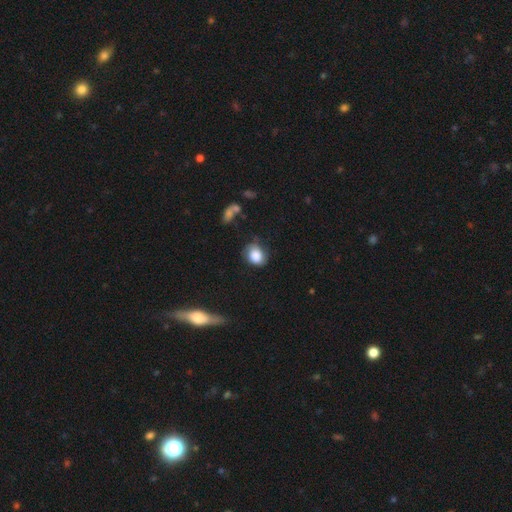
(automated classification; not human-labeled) smooth-or-featured: smooth: 81% | featured or disk: 10% | star or artifact: 8%
  how-rounded: round: 51% | in between: 48% | cigar-shaped: 1%
  merging: none: 58% | minor disturbance: 29% | major disturbance: 9% | merger: 4%